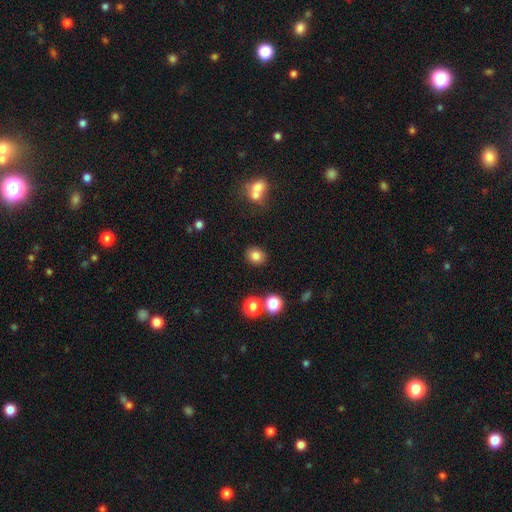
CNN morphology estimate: Smooth or featured? Predicted: smooth (p=0.82). How rounded? Predicted: round (p=0.66). Merging? Predicted: none (p=0.86).